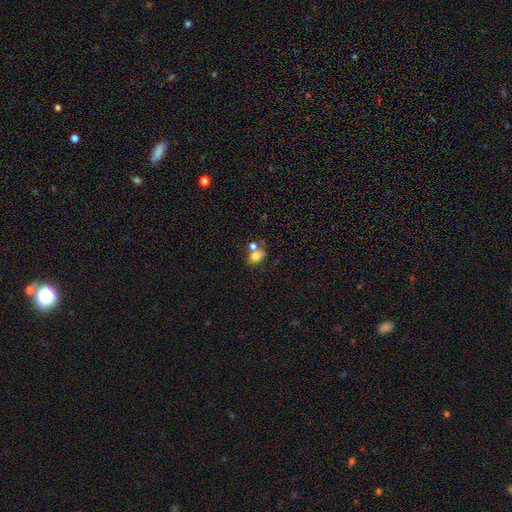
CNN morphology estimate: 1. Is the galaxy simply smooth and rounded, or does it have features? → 73% smooth, 15% featured or disk, 12% star or artifact.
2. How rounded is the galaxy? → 70% in between, 28% round, 2% cigar-shaped.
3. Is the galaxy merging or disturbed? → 46% none, 36% merger, 13% minor disturbance, 6% major disturbance.